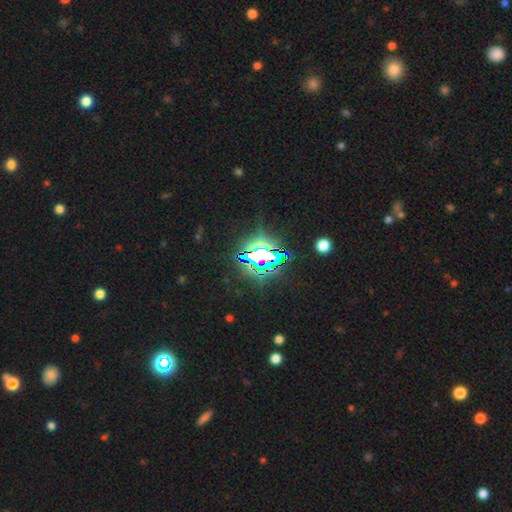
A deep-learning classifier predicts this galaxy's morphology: Overall: star or artifact (80%).